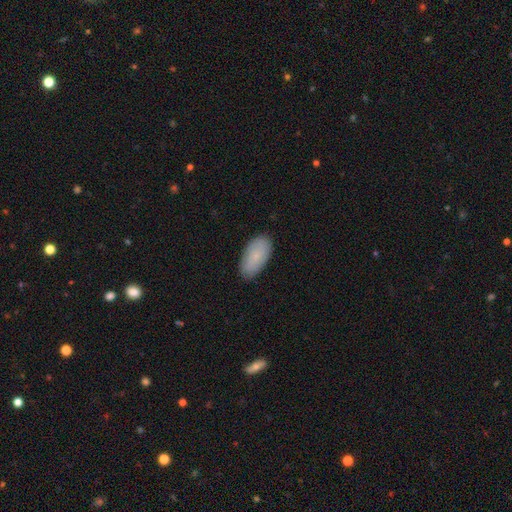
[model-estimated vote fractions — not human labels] Smooth or featured?
  - smooth: 82% *
  - featured or disk: 11%
  - star or artifact: 6%
How rounded?
  - in between: 94% *
  - cigar-shaped: 4%
  - round: 2%
Merging?
  - none: 85% *
  - minor disturbance: 12%
  - major disturbance: 2%
  - merger: 1%